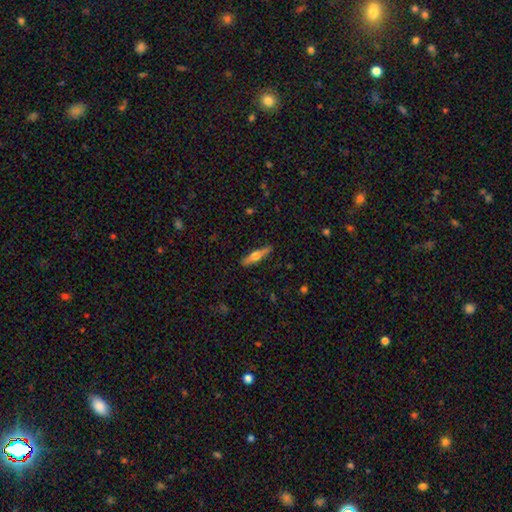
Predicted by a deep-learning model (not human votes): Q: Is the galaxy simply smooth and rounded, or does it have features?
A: featured or disk — 54%.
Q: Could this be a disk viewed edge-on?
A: yes — 95%.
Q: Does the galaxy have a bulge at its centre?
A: rounded — 93%.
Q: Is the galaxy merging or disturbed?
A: none — 89%.